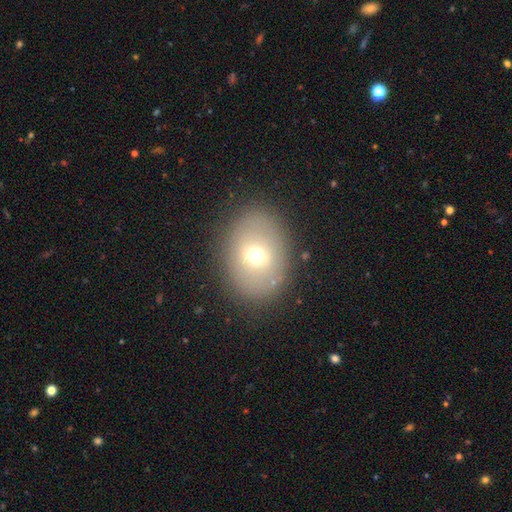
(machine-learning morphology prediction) Smooth or featured: smooth — 62% (featured or disk — 26%)
How rounded: in between — 64% (round — 35%)
Merging: none — 85% (minor disturbance — 10%)